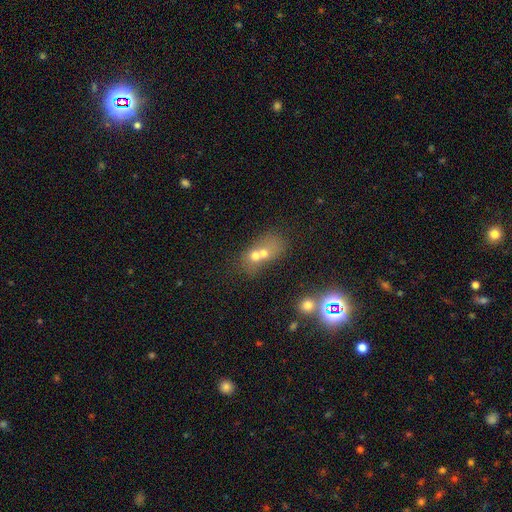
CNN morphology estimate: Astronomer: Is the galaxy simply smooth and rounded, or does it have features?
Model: smooth — 58%.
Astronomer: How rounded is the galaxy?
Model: in between — 49% (runner-up: round, 48%).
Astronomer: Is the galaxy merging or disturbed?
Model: merger — 72%.